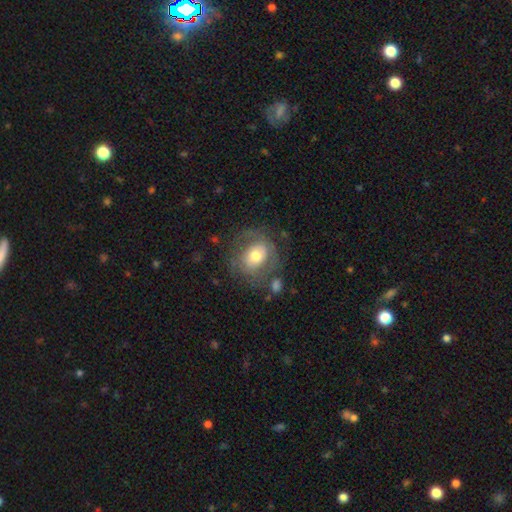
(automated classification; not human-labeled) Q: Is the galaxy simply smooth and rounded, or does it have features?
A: smooth — 49%.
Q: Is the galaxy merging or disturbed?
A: none — 60%.